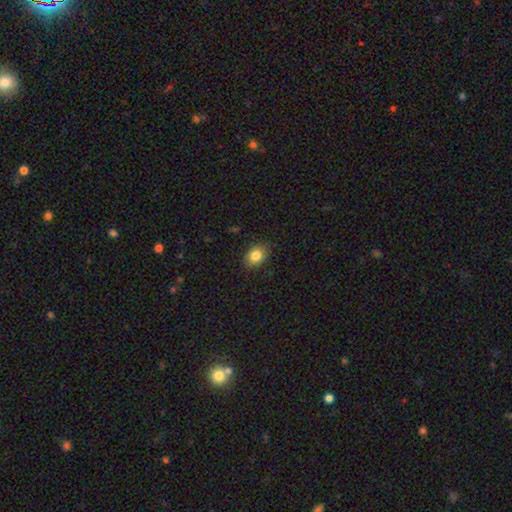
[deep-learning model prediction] smooth_or_featured: smooth (p=0.84) [alt: star or artifact p=0.10]
how_rounded: in between (p=0.60) [alt: round p=0.39]
merging: none (p=0.85) [alt: minor disturbance p=0.12]